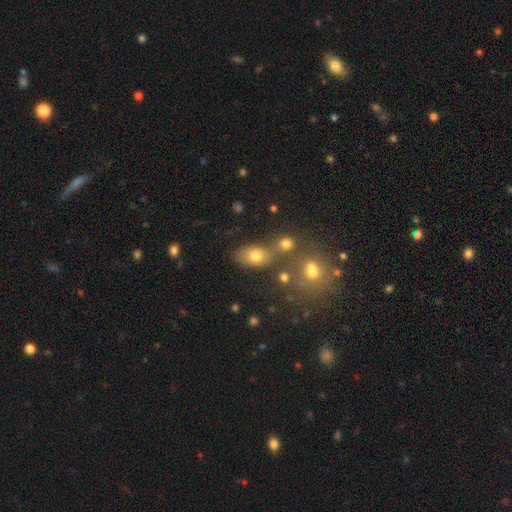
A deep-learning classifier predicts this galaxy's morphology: Overall: smooth (72%). How rounded: in between (75%). Merging: none (58%; merger 21%).